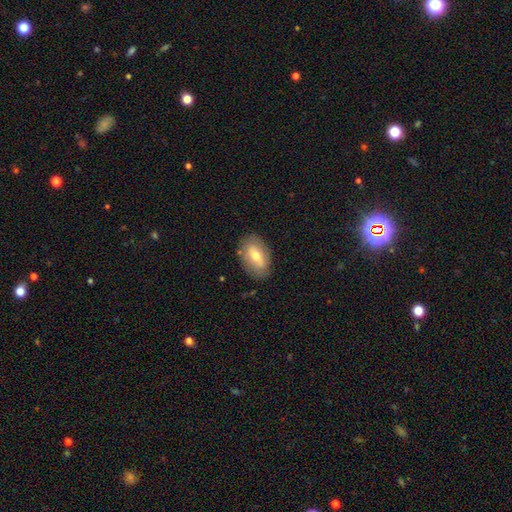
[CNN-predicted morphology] Smooth or featured? Predicted: smooth (p=0.60). How rounded? Predicted: in between (p=0.90). Merging? Predicted: none (p=0.82).